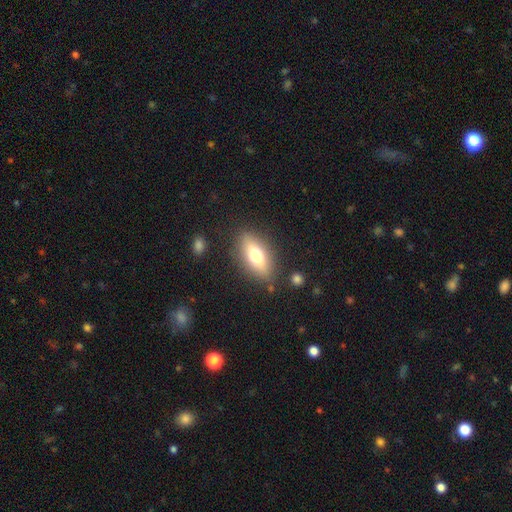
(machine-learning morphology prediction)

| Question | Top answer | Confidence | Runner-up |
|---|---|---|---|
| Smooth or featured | smooth | 66% | featured or disk (26%) |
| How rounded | in between | 75% | cigar-shaped (21%) |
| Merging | none | 83% | minor disturbance (11%) |